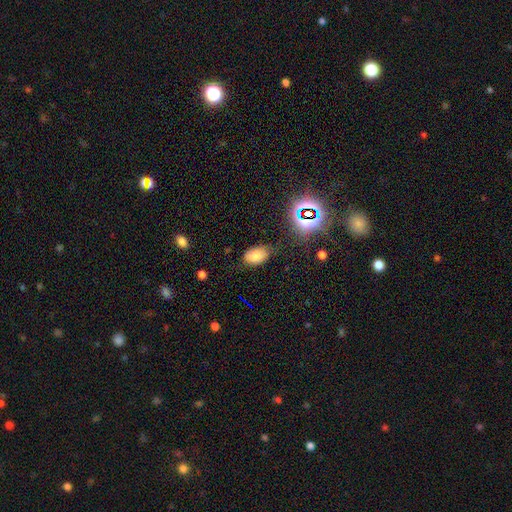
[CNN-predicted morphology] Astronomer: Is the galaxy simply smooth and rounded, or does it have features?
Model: smooth — 74%.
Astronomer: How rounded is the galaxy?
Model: in between — 91%.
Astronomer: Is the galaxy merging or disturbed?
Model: none — 72%.